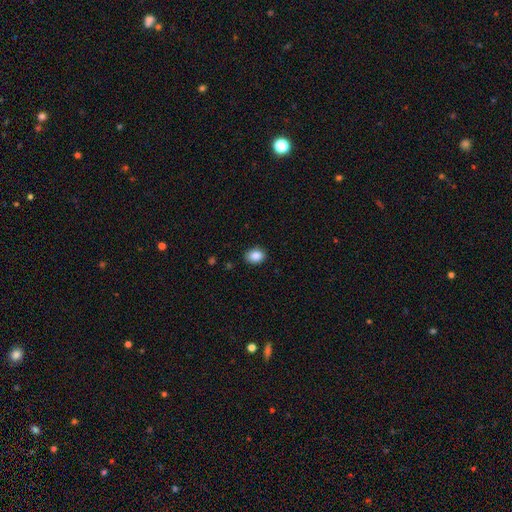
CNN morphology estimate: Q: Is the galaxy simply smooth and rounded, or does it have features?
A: smooth — 88%.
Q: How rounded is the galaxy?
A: in between — 65%.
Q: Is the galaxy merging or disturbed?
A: none — 88%.